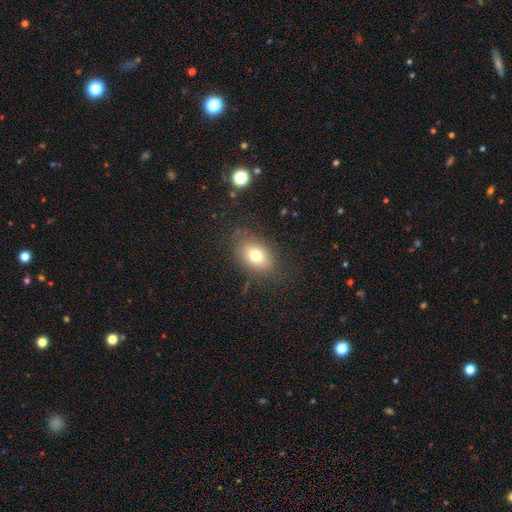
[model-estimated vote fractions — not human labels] Smooth or featured? smooth (73%)
How rounded? in between (75%)
Merging? none (78%)